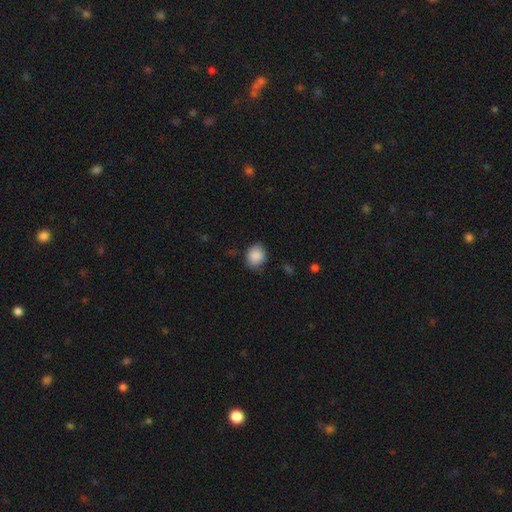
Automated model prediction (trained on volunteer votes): Overall: smooth (88%). How rounded: round (60%; in between 39%). Merging: none (73%).